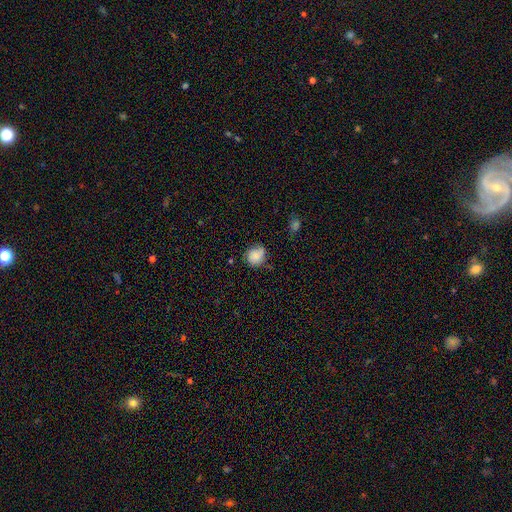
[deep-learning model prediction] This appears to be a smooth galaxy with no disk features (80%) that is round (80%). Merging: none (65%).